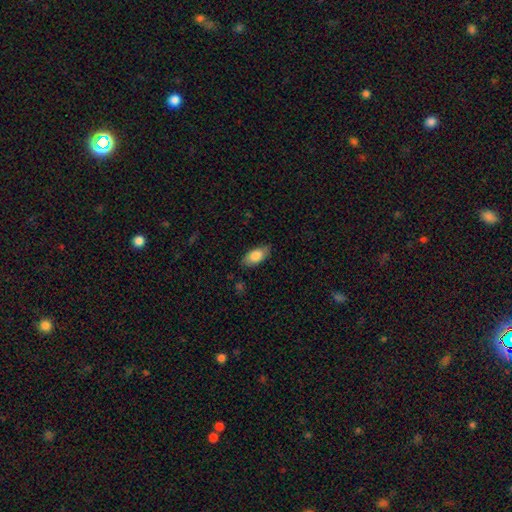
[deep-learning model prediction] This appears to be a smooth galaxy with no disk features (83%) that is in between round and cigar-shaped (91%). Merging: none (82%).